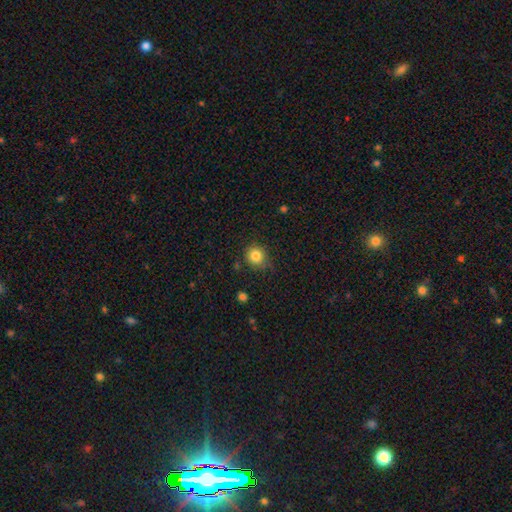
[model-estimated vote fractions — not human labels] This appears to be a smooth galaxy with no disk features (83%) that is round (87%). Merging: none (79%).